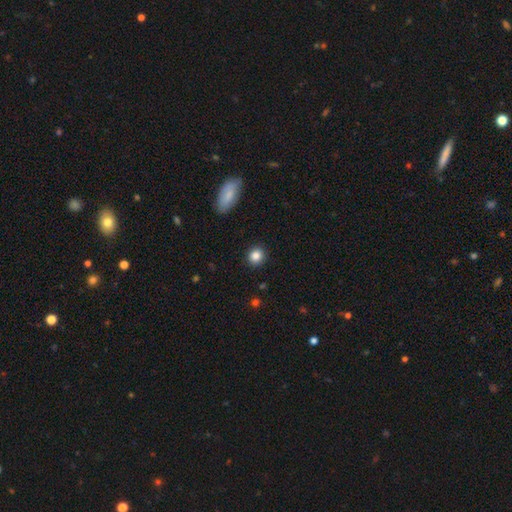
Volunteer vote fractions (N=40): A smooth galaxy with no disk features (88%) that is round (77%). Merging: none (87%).